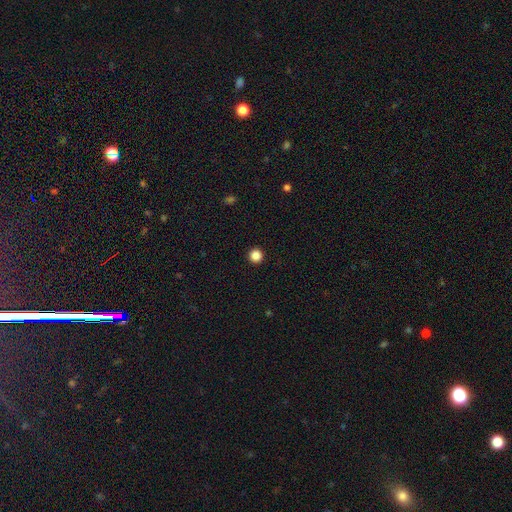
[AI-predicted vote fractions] Smooth or featured: smooth — 86% (star or artifact — 11%)
How rounded: round — 96% (in between — 3%)
Merging: none — 94% (minor disturbance — 4%)